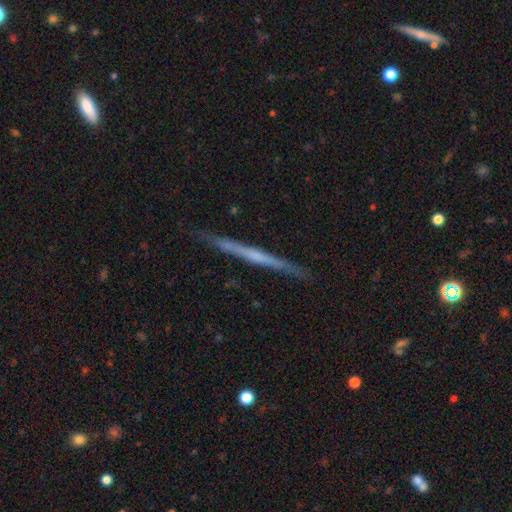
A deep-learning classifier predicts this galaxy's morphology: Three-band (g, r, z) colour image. It shows a featured or disk galaxy (64%) viewed edge-on (98%) with no central bulge (73%). Merging: none (89%).